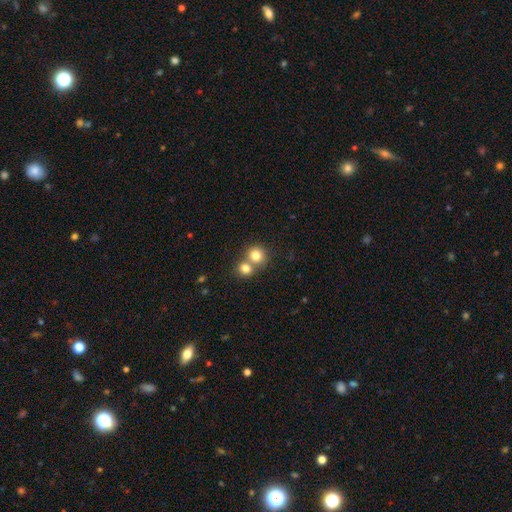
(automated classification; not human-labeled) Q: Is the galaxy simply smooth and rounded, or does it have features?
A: smooth — 80%.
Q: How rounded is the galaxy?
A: round — 86%.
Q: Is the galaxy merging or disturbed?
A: merger — 52%.